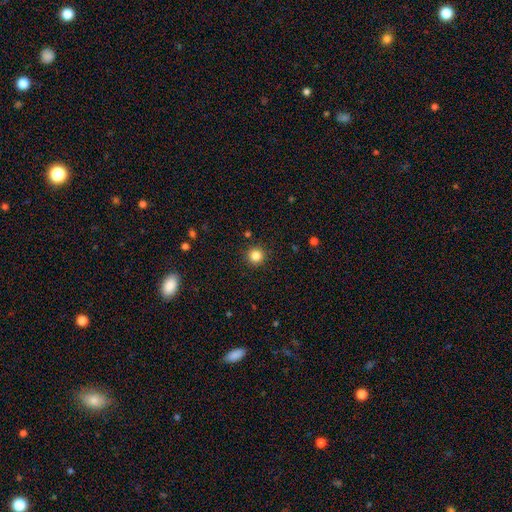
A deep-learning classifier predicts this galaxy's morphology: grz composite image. It shows a smooth galaxy with no disk features (84%) that is round (95%). Merging: none (92%).